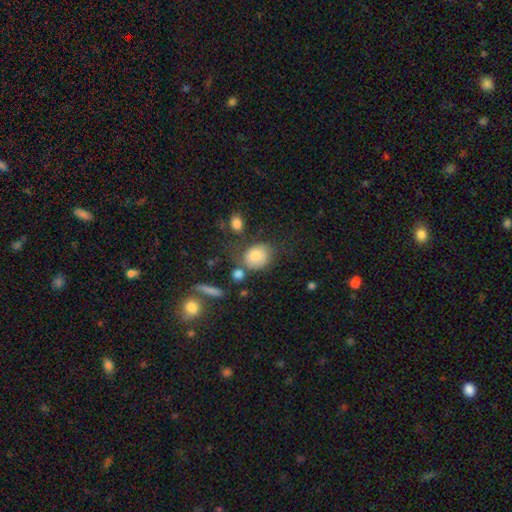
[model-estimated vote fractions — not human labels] This appears to be a smooth galaxy with no disk features (76%) that is round (57%). Merging: none (53%).